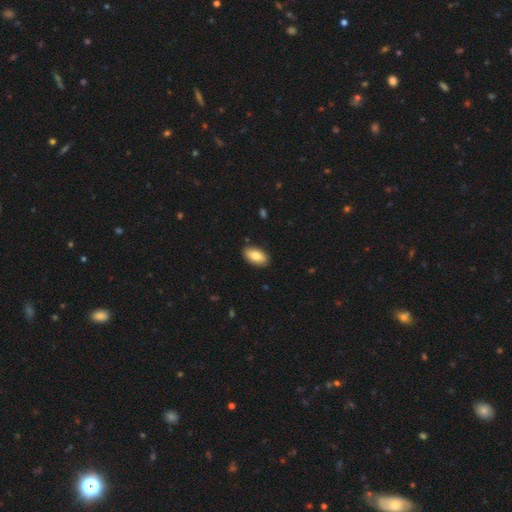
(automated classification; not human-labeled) Overall: smooth (81%). How rounded: in between (94%). Merging: none (89%).